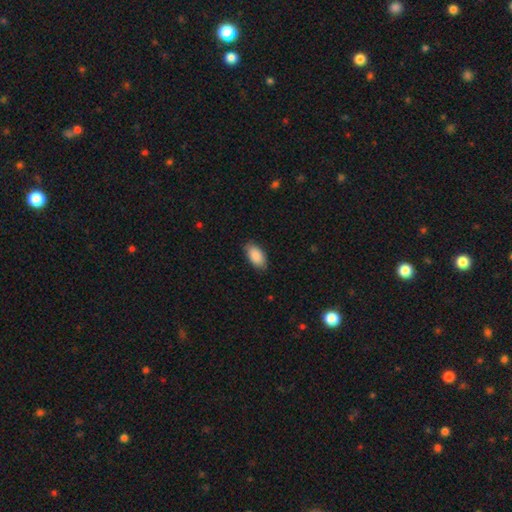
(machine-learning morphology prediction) This appears to be a smooth galaxy with no disk features (90%) that is in between round and cigar-shaped (94%). Merging: none (85%).